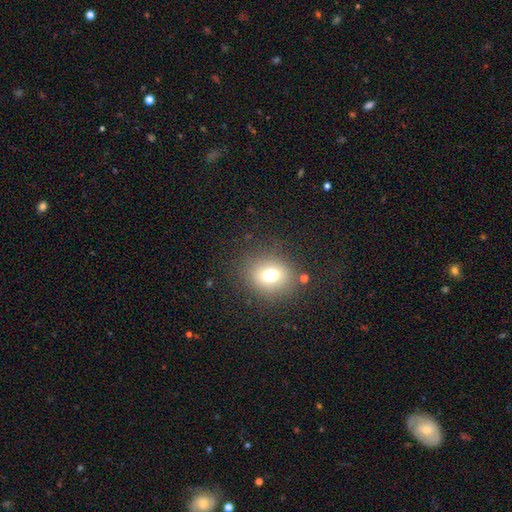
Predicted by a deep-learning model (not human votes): smooth_or_featured: smooth (p=0.64) [alt: star or artifact p=0.28]
how_rounded: round (p=0.74) [alt: in between p=0.24]
merging: none (p=0.87) [alt: minor disturbance p=0.08]